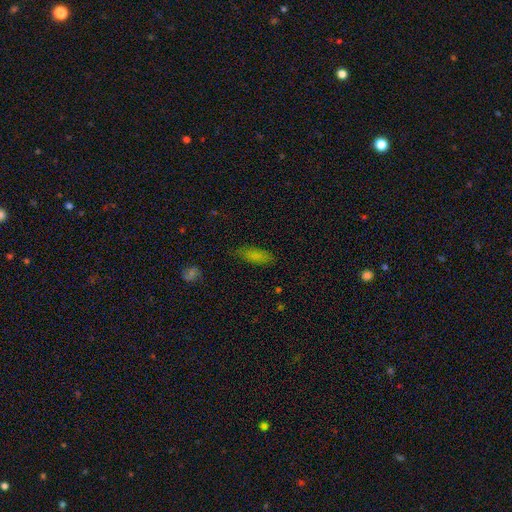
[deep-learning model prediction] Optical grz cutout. It shows a smooth galaxy with no disk features (80%) that is in between round and cigar-shaped (69%). Merging: none (76%).